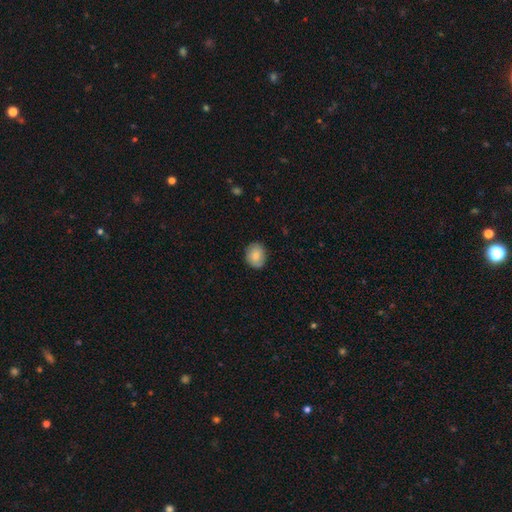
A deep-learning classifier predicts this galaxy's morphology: A smooth galaxy with no disk features (80%) that is round (60%). Merging: none (85%).